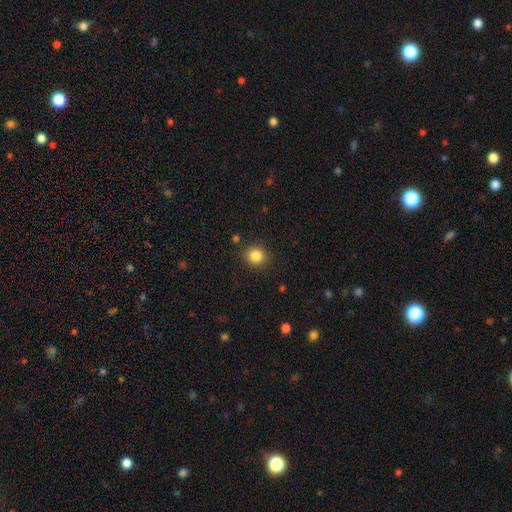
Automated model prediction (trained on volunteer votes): smooth 85%, star or artifact 11%, featured or disk 4%. Down the decision tree: how rounded — round (88%); merging — none (89%).